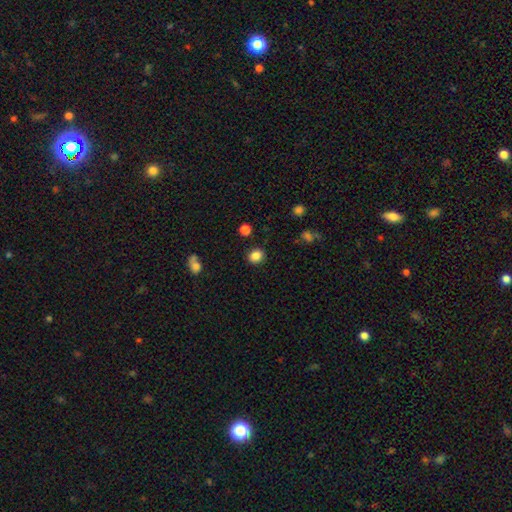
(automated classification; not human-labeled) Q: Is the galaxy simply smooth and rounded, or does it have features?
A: smooth — 85%.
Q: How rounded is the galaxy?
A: round — 66%.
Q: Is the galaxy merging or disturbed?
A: none — 88%.